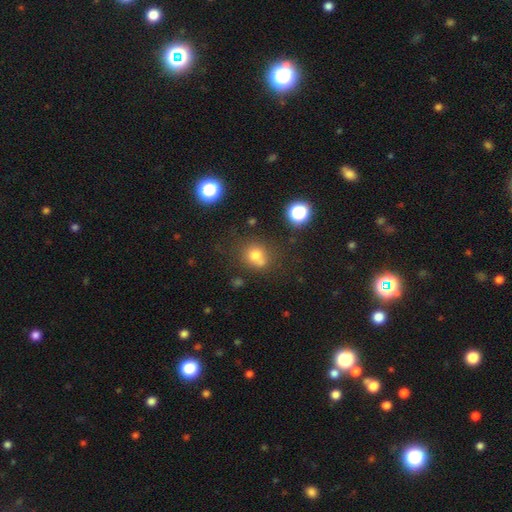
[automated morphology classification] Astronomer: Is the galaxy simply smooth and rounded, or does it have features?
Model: smooth — 72%.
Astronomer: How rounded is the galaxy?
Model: round — 75%.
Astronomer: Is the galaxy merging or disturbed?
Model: none — 54%.